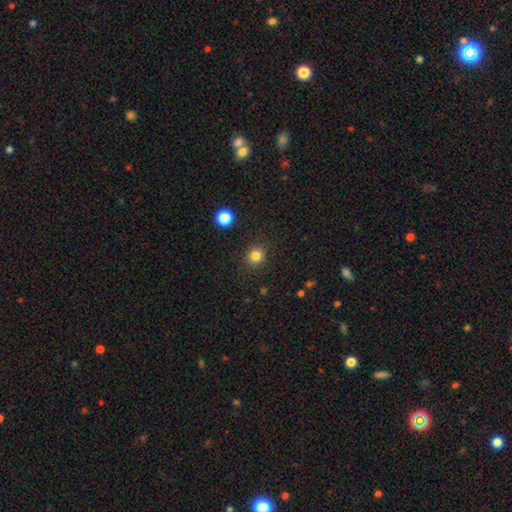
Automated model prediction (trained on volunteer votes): smooth-or-featured: smooth: 82% | star or artifact: 13% | featured or disk: 5%
  how-rounded: round: 87% | in between: 12% | cigar-shaped: 1%
  merging: none: 89% | minor disturbance: 7% | major disturbance: 2% | merger: 1%